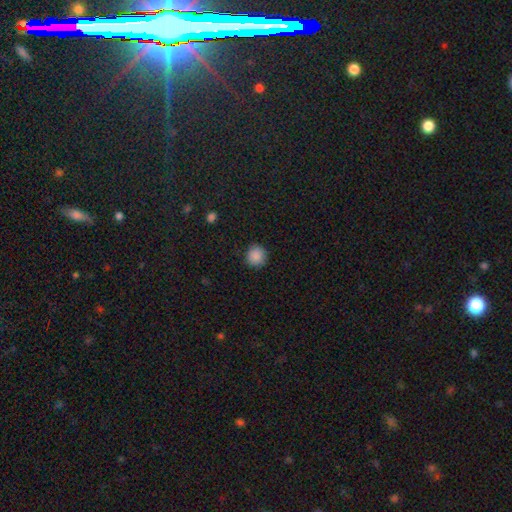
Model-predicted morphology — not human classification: type=smooth (89%); roundness=round (92%); merging=none (90%).